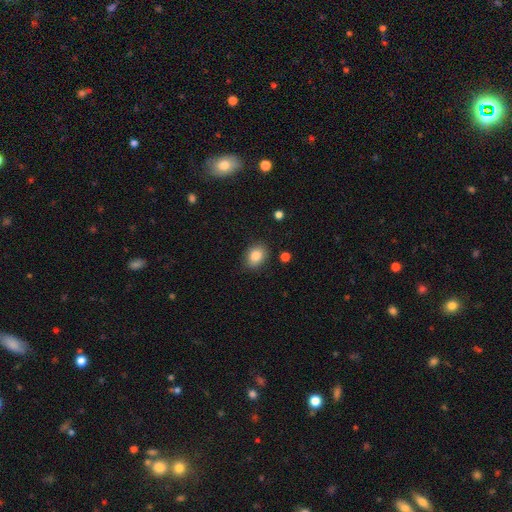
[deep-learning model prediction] smooth 85%, star or artifact 9%, featured or disk 6%. Down the decision tree: how rounded — in between (60%); merging — none (84%).